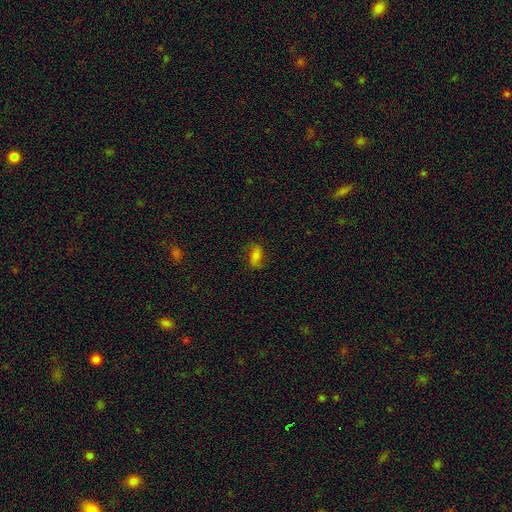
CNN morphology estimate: Q: Smooth or featured?
A: smooth (61%); runner-up: featured or disk (26%)
Q: How rounded?
A: in between (87%); runner-up: round (8%)
Q: Merging?
A: none (72%); runner-up: minor disturbance (19%)